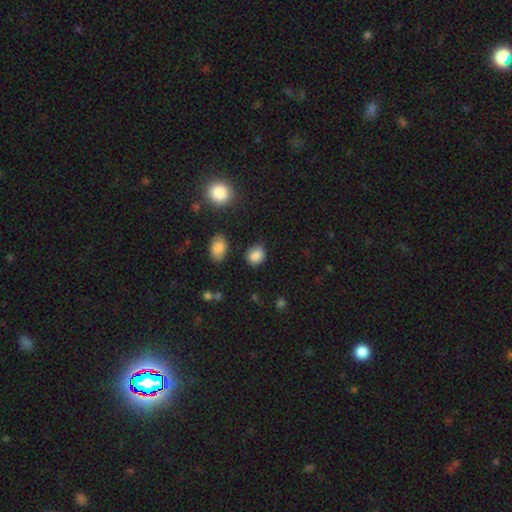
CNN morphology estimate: smooth 85%, star or artifact 10%, featured or disk 5%. Down the decision tree: how rounded — round (51%); merging — none (78%).